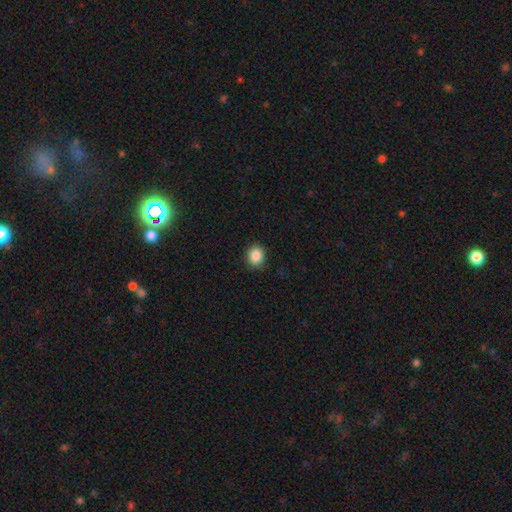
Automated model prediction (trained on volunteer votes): Morphology: type=smooth (88%); roundness=round (68%); merging=none (90%).